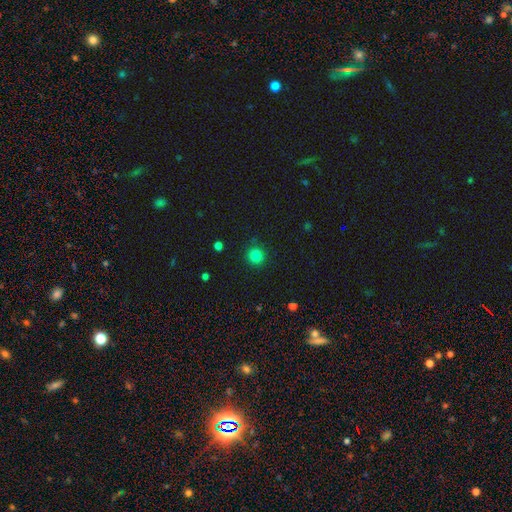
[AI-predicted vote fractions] A smooth galaxy with no disk features (83%) that is round (94%).

Vote fractions:
- Smooth or featured? smooth: 83% / star or artifact: 13% / featured or disk: 4%
- How rounded? round: 94% / in between: 5% / cigar-shaped: 1%
- Merging? none: 90% / minor disturbance: 6% / major disturbance: 2% / merger: 2%